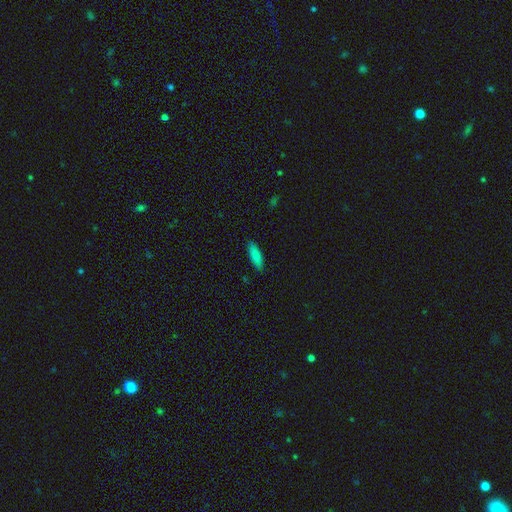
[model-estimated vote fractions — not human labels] Smooth or featured: smooth — 83% (featured or disk — 10%)
How rounded: cigar-shaped — 49% (tied with in between — 49%)
Merging: none — 89% (minor disturbance — 8%)